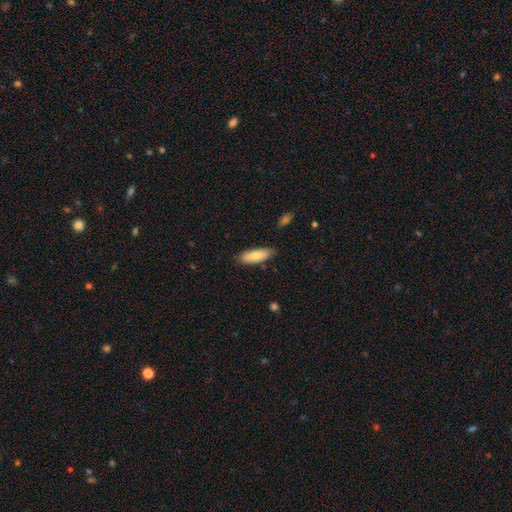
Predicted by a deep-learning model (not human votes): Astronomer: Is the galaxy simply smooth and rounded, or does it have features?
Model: smooth — 76%.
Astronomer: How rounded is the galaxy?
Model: in between — 62%.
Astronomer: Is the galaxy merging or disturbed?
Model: none — 83%.